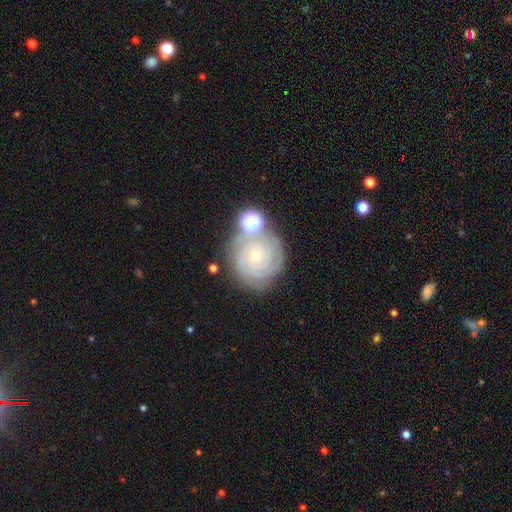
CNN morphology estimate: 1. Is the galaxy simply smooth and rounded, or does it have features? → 77% featured or disk, 14% smooth, 9% star or artifact.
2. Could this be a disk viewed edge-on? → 98% no, 2% yes.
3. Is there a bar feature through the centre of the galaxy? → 82% no, 15% weak, 3% strong.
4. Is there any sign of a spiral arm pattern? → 94% yes, 6% no.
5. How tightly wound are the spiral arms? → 82% tight, 15% medium, 3% loose.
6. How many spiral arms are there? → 33% can't tell, 22% 3, 17% 4, 15% 2, 7% more than 4, 6% 1.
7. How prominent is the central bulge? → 75% small, 21% moderate, 2% none, 1% large, 1% dominant.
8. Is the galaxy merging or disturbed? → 69% none, 15% minor disturbance, 10% merger, 6% major disturbance.